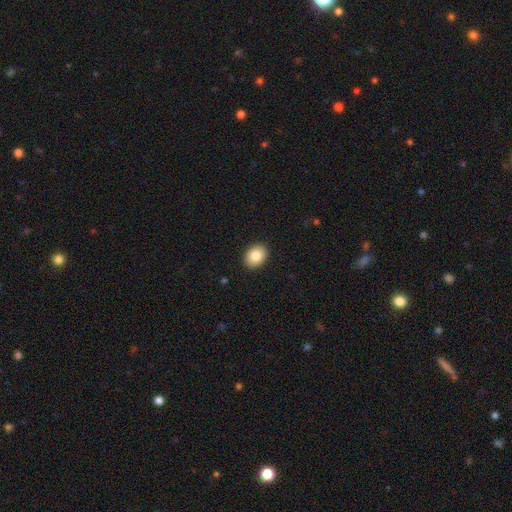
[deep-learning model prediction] smooth 84%, star or artifact 8%, featured or disk 8%. Down the decision tree: how rounded — in between (63%); merging — none (91%).